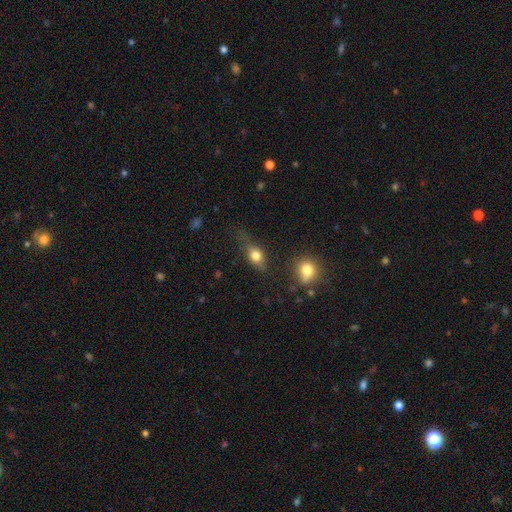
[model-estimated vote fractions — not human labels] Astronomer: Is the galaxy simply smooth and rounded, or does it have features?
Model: smooth — 73%.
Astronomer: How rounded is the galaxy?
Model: in between — 63%.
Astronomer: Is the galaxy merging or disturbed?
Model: none — 54%.